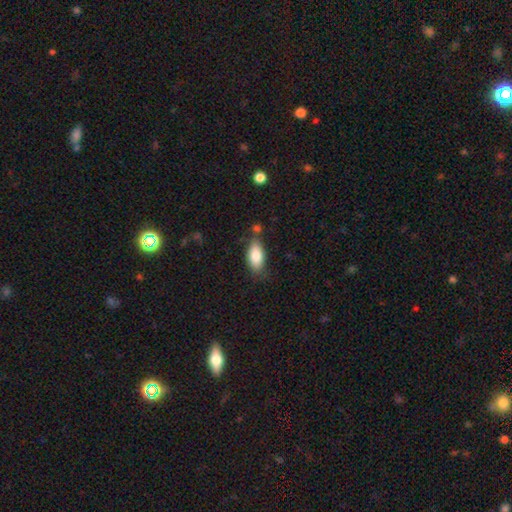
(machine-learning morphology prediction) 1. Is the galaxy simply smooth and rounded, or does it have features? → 83% smooth, 11% featured or disk, 7% star or artifact.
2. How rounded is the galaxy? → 88% in between, 9% cigar-shaped, 3% round.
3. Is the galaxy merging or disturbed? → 71% none, 18% minor disturbance, 6% merger, 4% major disturbance.